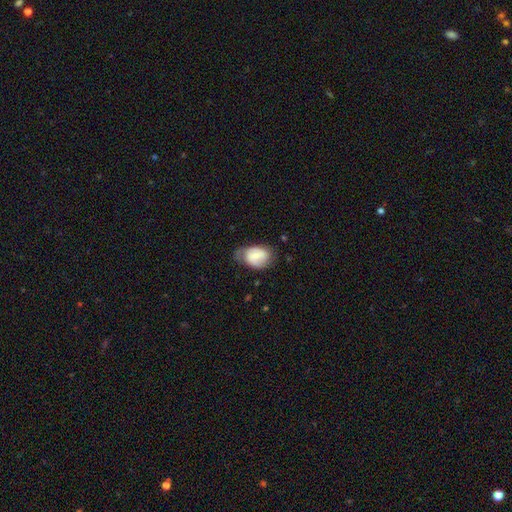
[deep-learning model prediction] Smooth or featured? smooth (55%)
How rounded? in between (79%)
Merging? none (47%)